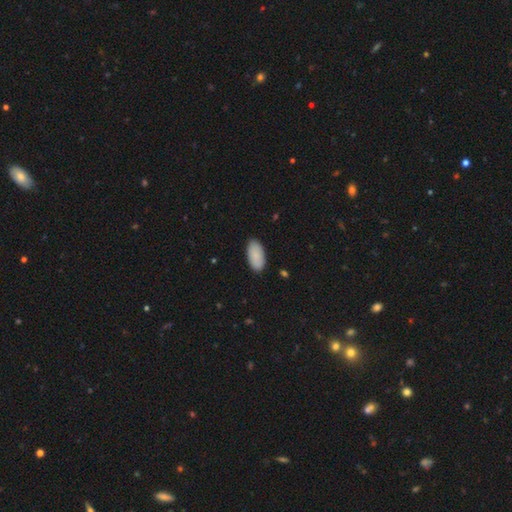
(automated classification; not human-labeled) A smooth galaxy with no disk features (88%) that is in between round and cigar-shaped (95%). Merging: none (88%).